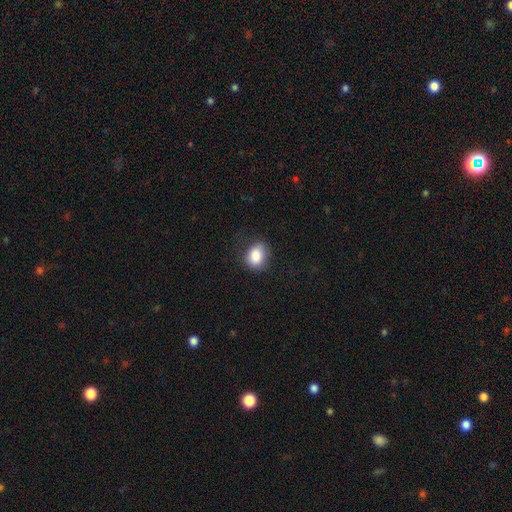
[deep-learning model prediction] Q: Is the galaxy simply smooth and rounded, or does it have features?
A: smooth — 86%.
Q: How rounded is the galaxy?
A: in between — 64%.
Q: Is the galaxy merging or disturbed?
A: none — 71%.